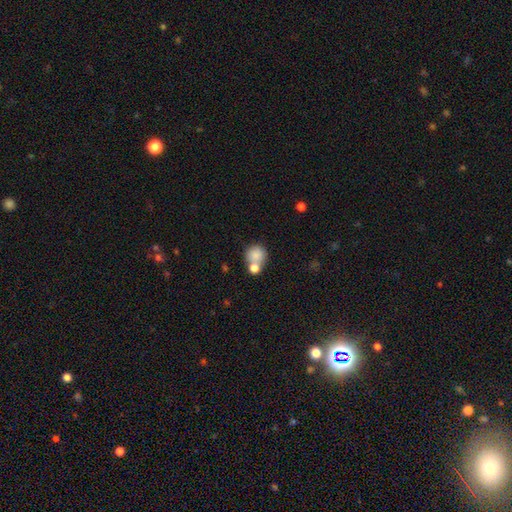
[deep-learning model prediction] smooth 81%, featured or disk 10%, star or artifact 9%. Down the decision tree: how rounded — round (84%); merging — none (47%).